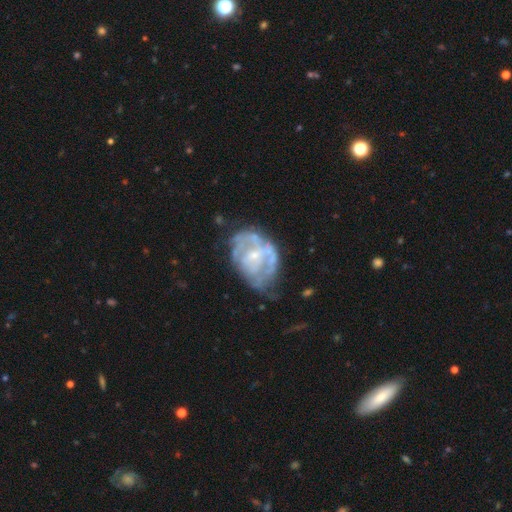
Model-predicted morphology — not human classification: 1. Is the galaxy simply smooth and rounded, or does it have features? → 74% featured or disk, 18% smooth, 8% star or artifact.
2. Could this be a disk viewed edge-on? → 97% no, 3% yes.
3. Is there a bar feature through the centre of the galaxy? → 60% no, 33% weak, 8% strong.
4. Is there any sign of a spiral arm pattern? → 54% yes, 46% no.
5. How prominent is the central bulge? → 65% small, 26% moderate, 6% none, 2% large, 1% dominant.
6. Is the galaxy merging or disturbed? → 43% none, 28% minor disturbance, 24% major disturbance, 4% merger.